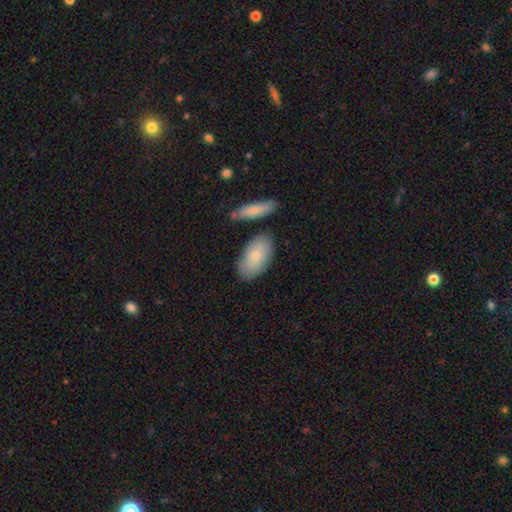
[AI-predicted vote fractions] Overall: smooth (80%). How rounded: in between (93%). Merging: none (75%).